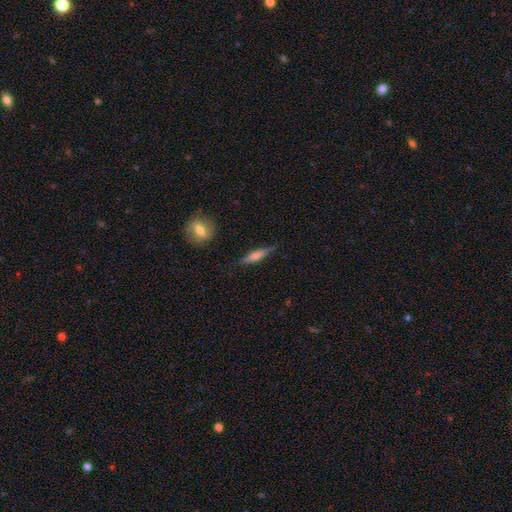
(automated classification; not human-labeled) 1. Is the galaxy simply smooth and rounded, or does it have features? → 52% featured or disk, 41% smooth, 7% star or artifact.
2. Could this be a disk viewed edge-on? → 95% yes, 5% no.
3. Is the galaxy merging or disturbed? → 84% none, 12% minor disturbance, 2% major disturbance, 2% merger.